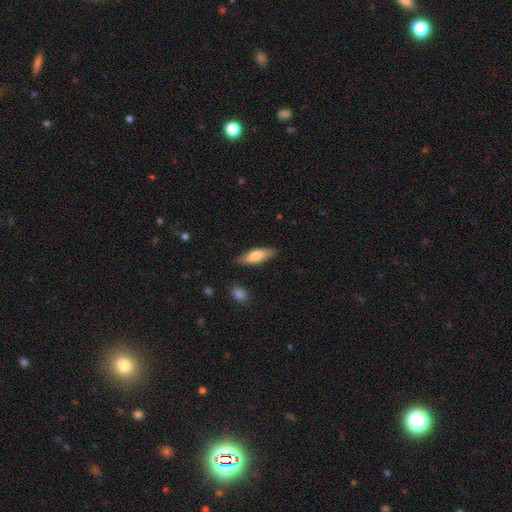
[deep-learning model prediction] Morphology: type=smooth (72%); roundness=in between (55%); merging=none (84%).